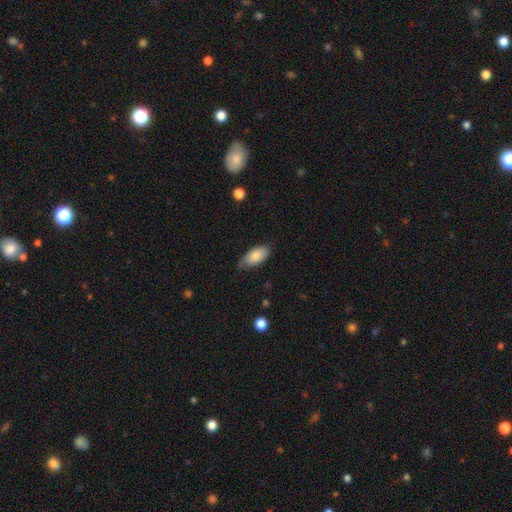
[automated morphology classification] Smooth or featured: smooth — 80% (featured or disk — 14%)
How rounded: in between — 91% (cigar-shaped — 6%)
Merging: none — 70% (minor disturbance — 24%)